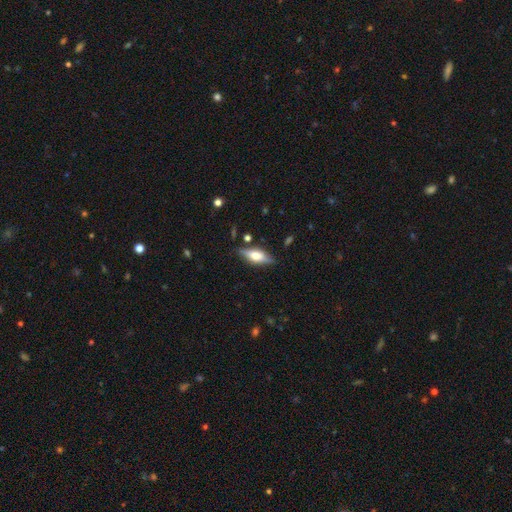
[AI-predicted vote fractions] featured or disk 49%, smooth 44%, star or artifact 7%. Down the decision tree: merging — none (81%).